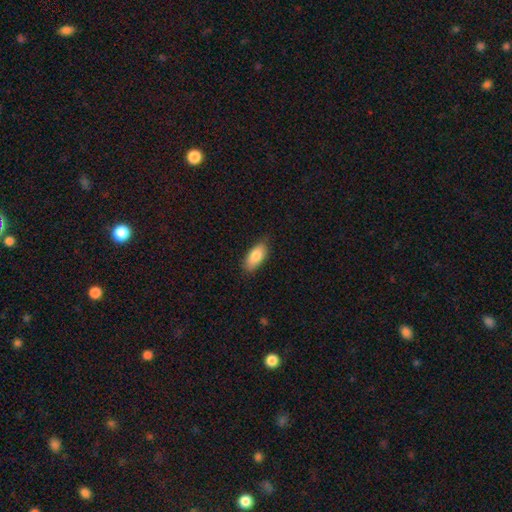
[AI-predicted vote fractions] The model was most divided on "merging": none: 81%, minor disturbance: 15%, major disturbance: 3%, merger: 1%. More confident: how rounded — in between (89%); smooth or featured — smooth (82%).